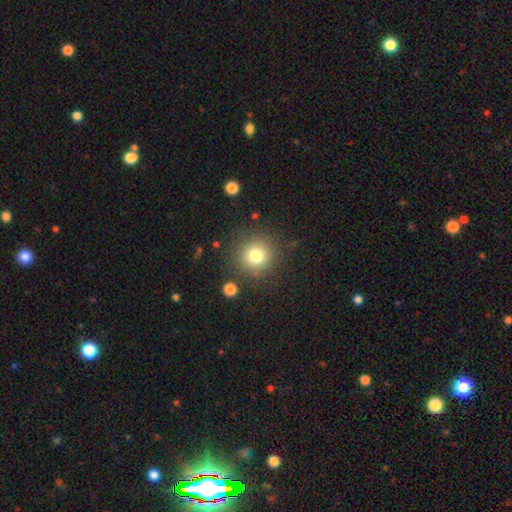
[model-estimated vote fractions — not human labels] smooth-or-featured: smooth: 77% | star or artifact: 14% | featured or disk: 10%
  how-rounded: round: 94% | in between: 5% | cigar-shaped: 1%
  merging: none: 85% | minor disturbance: 8% | major disturbance: 4% | merger: 3%